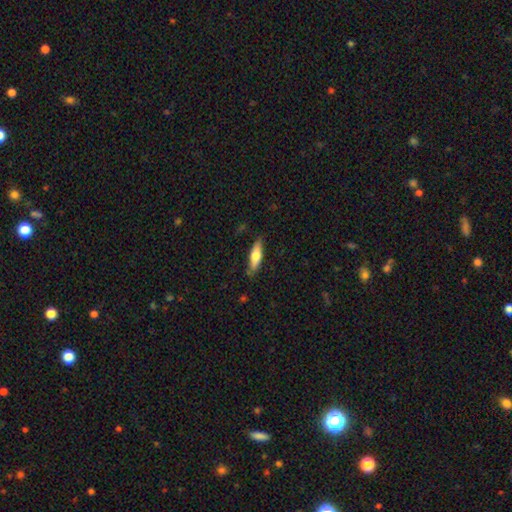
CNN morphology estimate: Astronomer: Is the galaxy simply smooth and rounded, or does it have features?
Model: smooth — 66%.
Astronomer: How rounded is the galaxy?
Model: cigar-shaped — 56% (runner-up: in between, 42%).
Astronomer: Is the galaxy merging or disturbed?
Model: none — 81%.